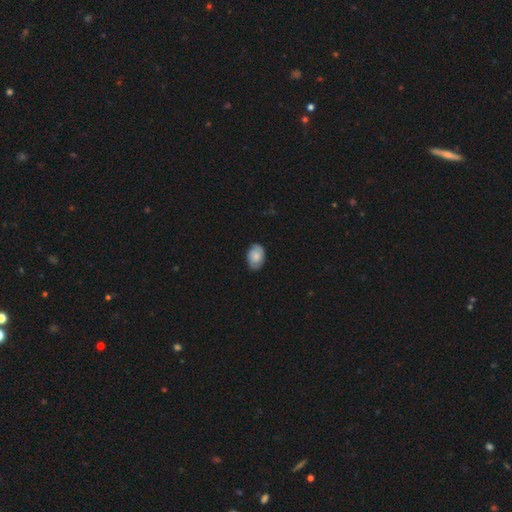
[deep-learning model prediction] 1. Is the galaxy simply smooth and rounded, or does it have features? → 65% smooth, 28% featured or disk, 7% star or artifact.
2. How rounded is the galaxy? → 83% in between, 15% round, 1% cigar-shaped.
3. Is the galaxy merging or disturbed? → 81% none, 15% minor disturbance, 3% major disturbance, 1% merger.